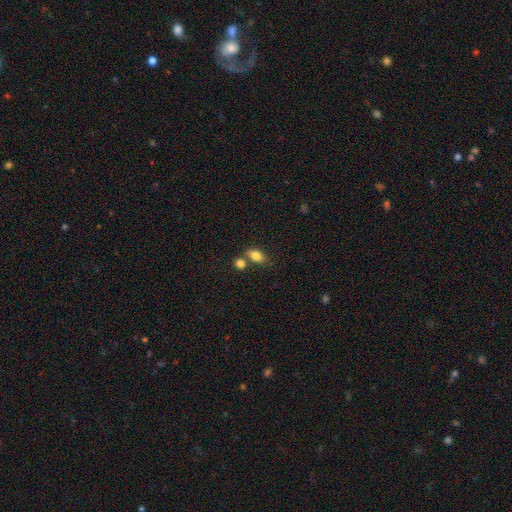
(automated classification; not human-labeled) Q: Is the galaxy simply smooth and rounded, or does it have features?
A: smooth — 82%.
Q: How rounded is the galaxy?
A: in between — 82%.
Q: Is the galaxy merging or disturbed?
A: none — 53%.